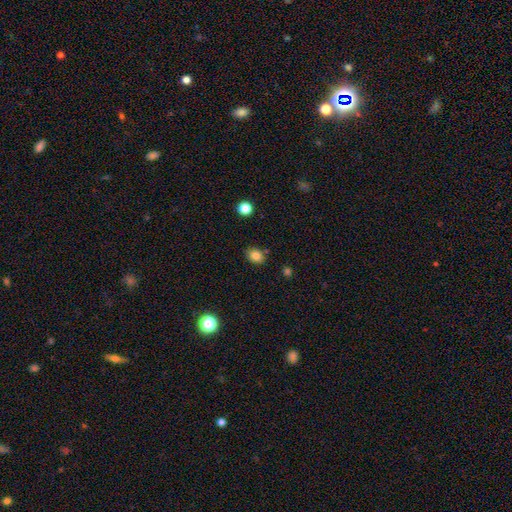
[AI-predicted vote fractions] This appears to be a smooth galaxy with no disk features (83%) that is in between round and cigar-shaped (59%). Merging: none (80%).